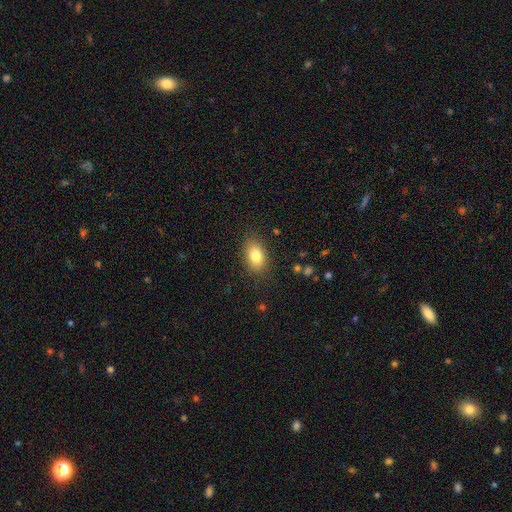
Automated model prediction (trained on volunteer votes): Morphology: type=smooth (83%); roundness=in between (87%); merging=none (84%).